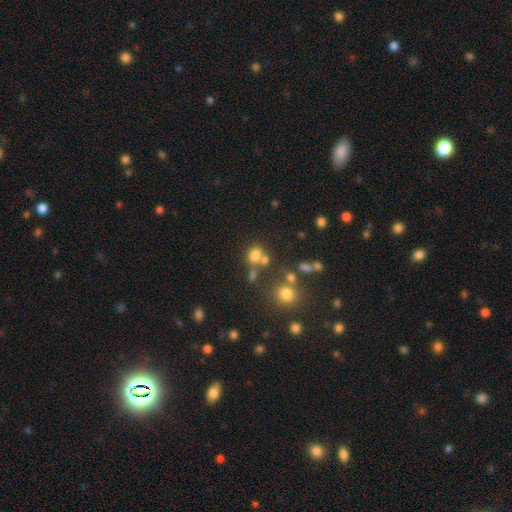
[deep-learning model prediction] Smooth or featured?
  - smooth: 72% *
  - star or artifact: 18%
  - featured or disk: 11%
How rounded?
  - round: 67% *
  - in between: 32%
  - cigar-shaped: 1%
Merging?
  - none: 53% *
  - merger: 30%
  - minor disturbance: 11%
  - major disturbance: 6%